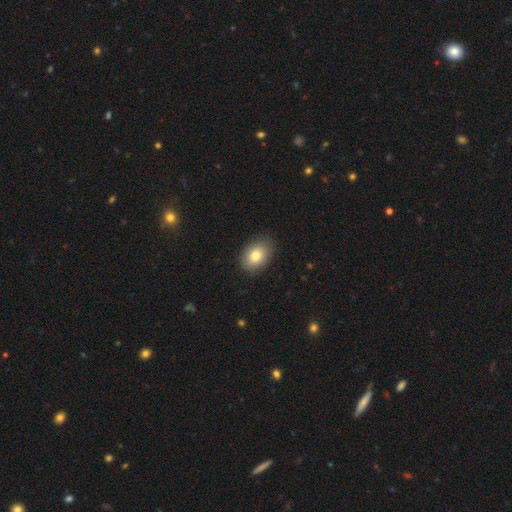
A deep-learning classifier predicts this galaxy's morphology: This is clearly a smooth galaxy (82%). How rounded: likely in between (79%). Merging: clearly none (86%).